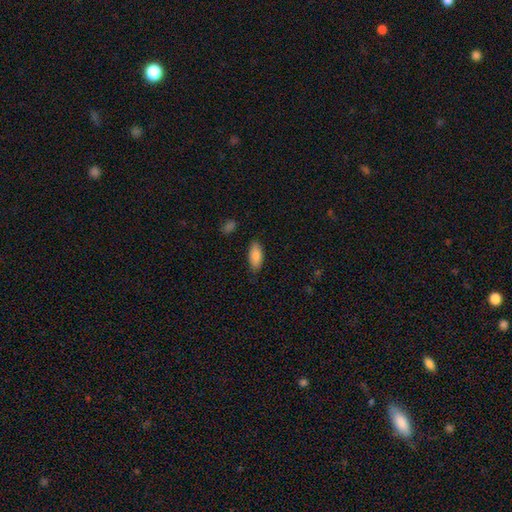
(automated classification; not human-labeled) smooth_or_featured: smooth (p=0.86) [alt: featured or disk p=0.08]
how_rounded: in between (p=0.87) [alt: cigar-shaped p=0.11]
merging: none (p=0.81) [alt: minor disturbance p=0.14]